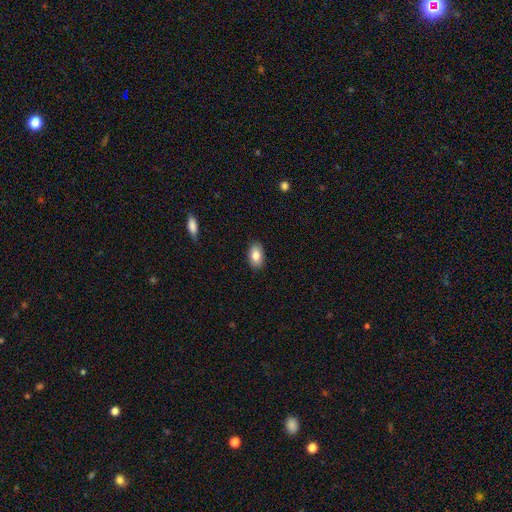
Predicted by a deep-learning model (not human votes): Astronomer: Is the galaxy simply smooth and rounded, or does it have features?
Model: smooth — 82%.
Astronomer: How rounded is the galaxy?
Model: in between — 91%.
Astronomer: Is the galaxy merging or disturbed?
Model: none — 89%.